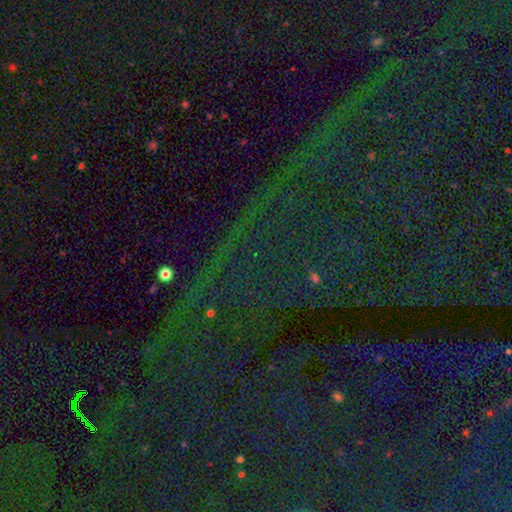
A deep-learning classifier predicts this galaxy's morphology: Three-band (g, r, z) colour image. It shows a star or artifact, not a galaxy (86%).